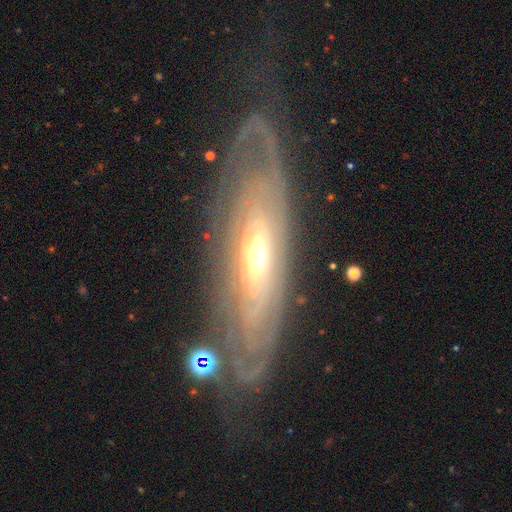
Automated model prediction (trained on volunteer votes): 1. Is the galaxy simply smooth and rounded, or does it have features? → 83% featured or disk, 11% smooth, 6% star or artifact.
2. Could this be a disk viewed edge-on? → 78% no, 22% yes.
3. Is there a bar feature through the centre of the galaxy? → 63% no, 25% weak, 12% strong.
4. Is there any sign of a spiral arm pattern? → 81% yes, 19% no.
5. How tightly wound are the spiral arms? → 70% tight, 22% medium, 9% loose.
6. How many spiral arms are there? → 60% can't tell, 15% 2, 7% 3, 7% more than 4, 6% 4, 5% 1.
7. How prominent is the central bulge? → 60% moderate, 26% small, 11% large, 2% dominant, 1% none.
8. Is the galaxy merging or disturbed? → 68% none, 16% minor disturbance, 13% major disturbance, 3% merger.